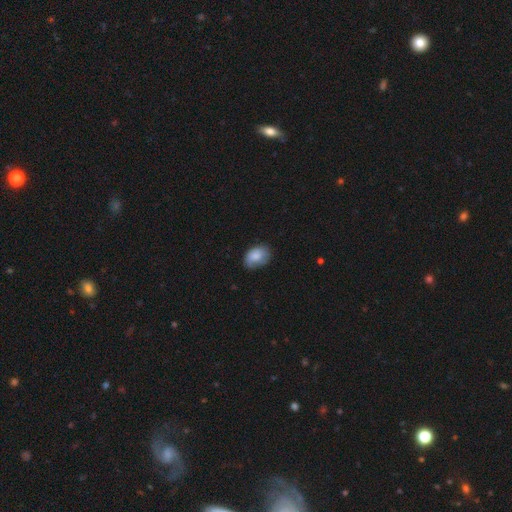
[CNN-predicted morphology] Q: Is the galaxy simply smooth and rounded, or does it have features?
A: smooth — 80%.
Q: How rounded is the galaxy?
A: in between — 81%.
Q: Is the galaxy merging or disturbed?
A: none — 67%.